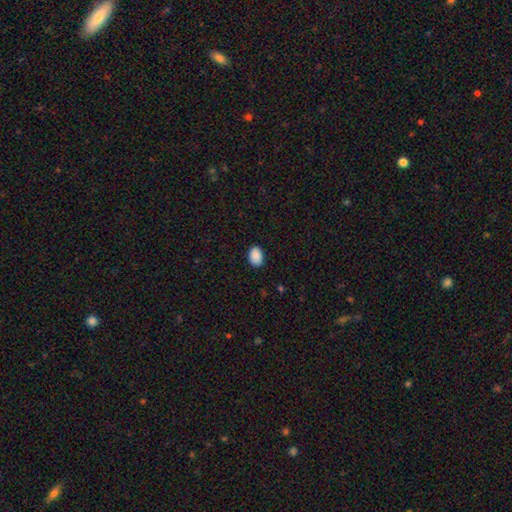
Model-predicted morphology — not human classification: Q: Smooth or featured?
A: smooth (90%); runner-up: star or artifact (8%)
Q: How rounded?
A: in between (78%); runner-up: round (21%)
Q: Merging?
A: none (88%); runner-up: minor disturbance (9%)